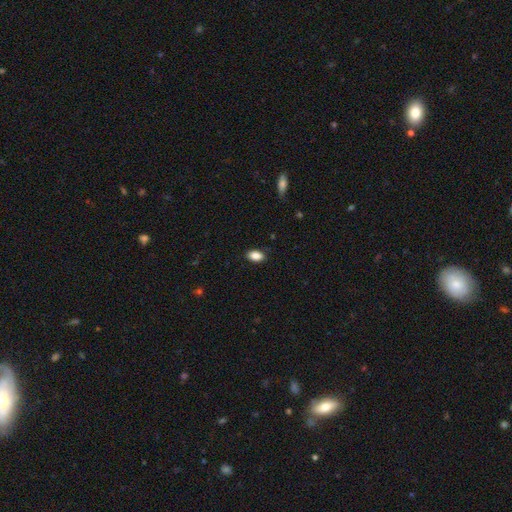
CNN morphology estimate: type=smooth (88%); roundness=in between (91%); merging=none (86%).